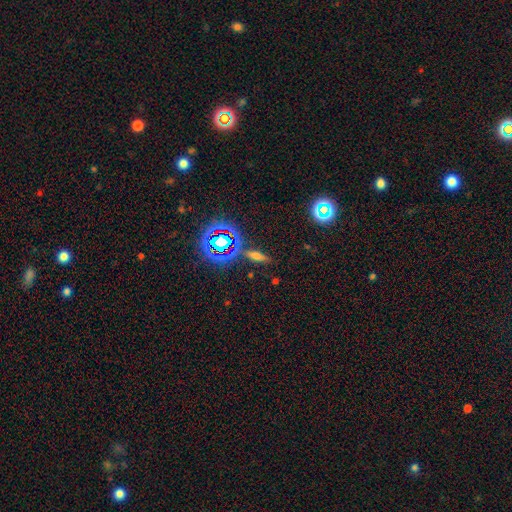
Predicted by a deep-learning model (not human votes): Smooth or featured: smooth — 49% (star or artifact — 28%)
Merging: none — 80% (minor disturbance — 11%)